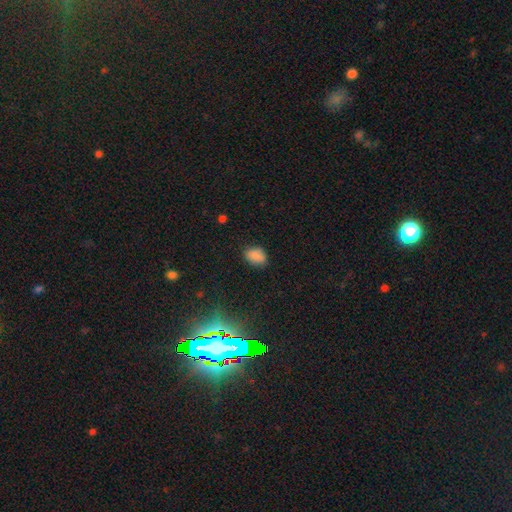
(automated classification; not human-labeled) A smooth galaxy with no disk features (85%) that is in between round and cigar-shaped (82%). Merging: none (78%).